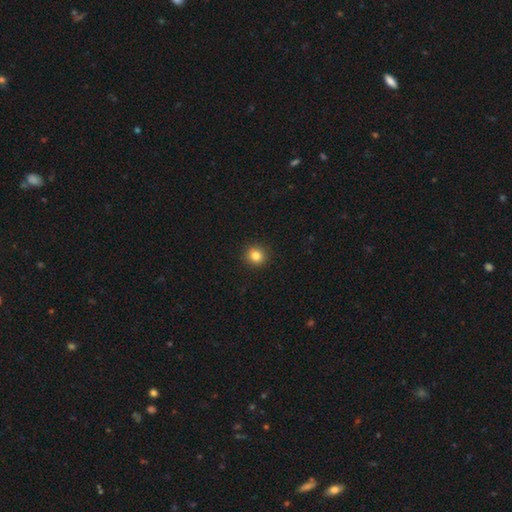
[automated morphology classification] This is clearly a smooth galaxy (83%). How rounded: clearly round (90%). Merging: clearly none (92%).